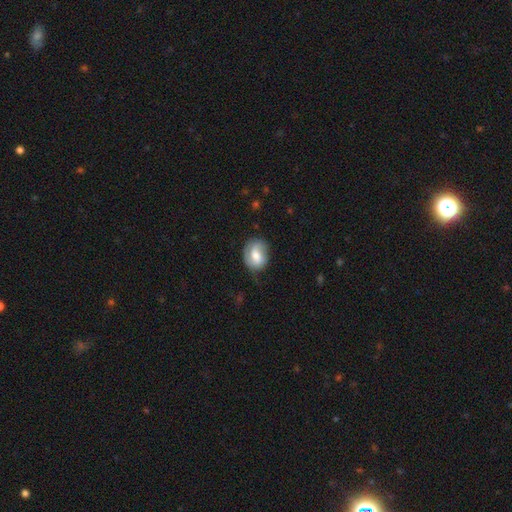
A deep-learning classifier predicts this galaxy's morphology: smooth 50%, featured or disk 44%, star or artifact 7%. Down the decision tree: merging — none (69%).